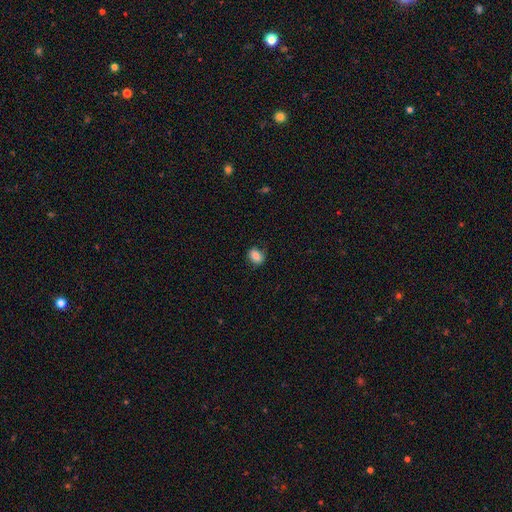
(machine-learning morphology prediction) This appears to be a smooth galaxy with no disk features (84%) that is in between round and cigar-shaped (59%). Merging: none (78%).